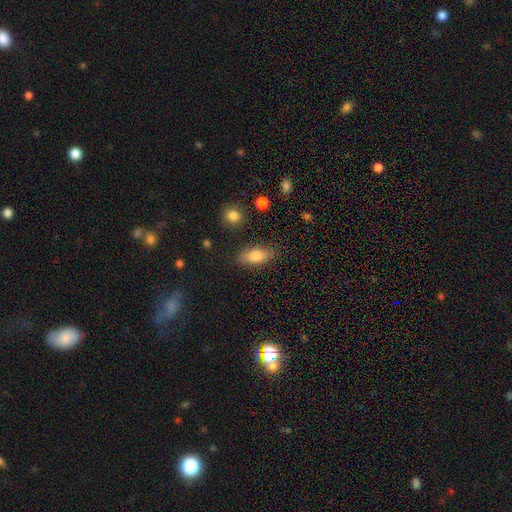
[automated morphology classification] A smooth galaxy with no disk features (79%) that is in between round and cigar-shaped (85%).

Vote fractions:
- Smooth or featured? smooth: 79% / featured or disk: 13% / star or artifact: 8%
- How rounded? in between: 85% / cigar-shaped: 11% / round: 4%
- Merging? none: 84% / minor disturbance: 11% / major disturbance: 3% / merger: 2%